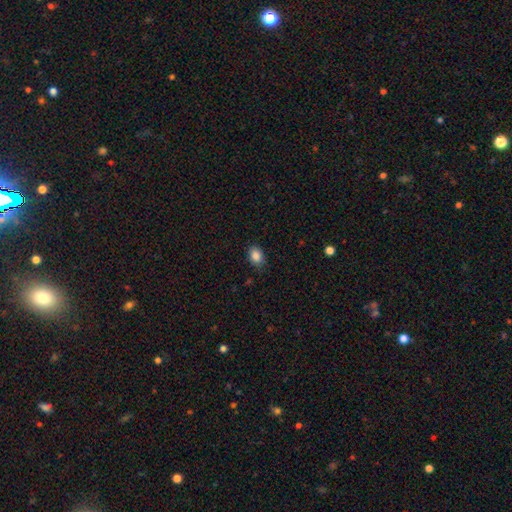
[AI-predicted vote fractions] smooth-or-featured: smooth: 87% | star or artifact: 9% | featured or disk: 4%
  how-rounded: in between: 69% | round: 30% | cigar-shaped: 1%
  merging: none: 81% | minor disturbance: 15% | major disturbance: 3% | merger: 1%